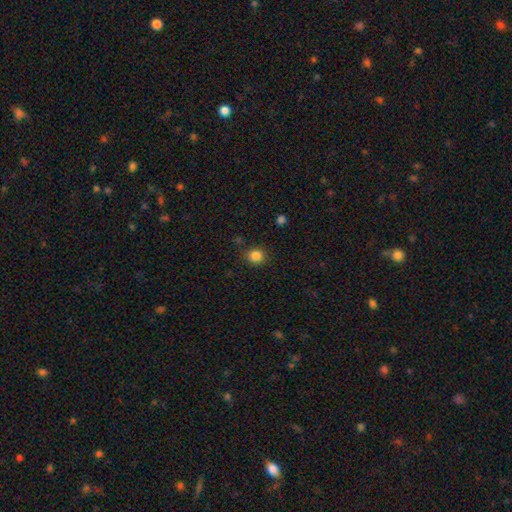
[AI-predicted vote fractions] This appears to be a smooth galaxy with no disk features (84%) that is round (84%). Merging: none (84%).